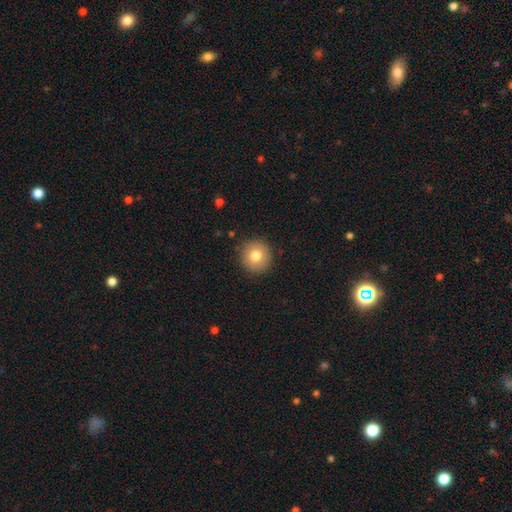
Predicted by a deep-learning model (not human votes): This appears to be a smooth galaxy with no disk features (78%) that is round (94%). Merging: none (90%).